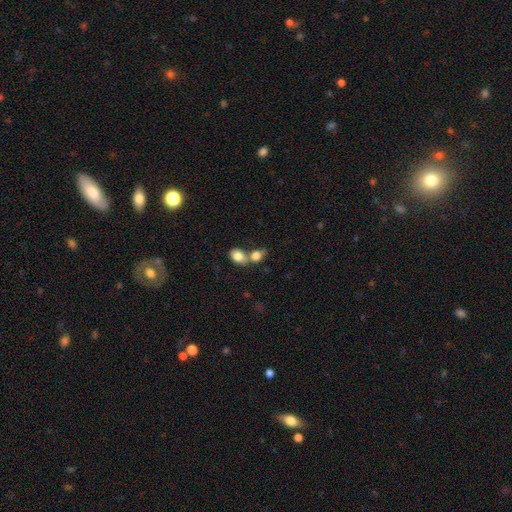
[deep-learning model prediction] Smooth or featured? Predicted: smooth (p=0.80). How rounded? Predicted: in between (p=0.68). Merging? Predicted: merger (p=0.61).